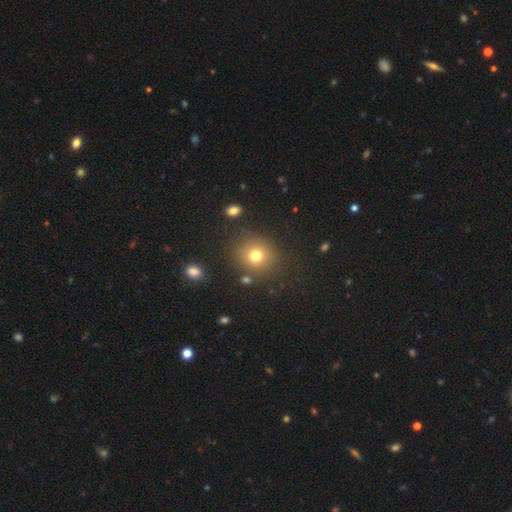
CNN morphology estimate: smooth_or_featured: smooth (p=0.75) [alt: star or artifact p=0.15]
how_rounded: round (p=0.83) [alt: in between p=0.16]
merging: none (p=0.83) [alt: minor disturbance p=0.09]